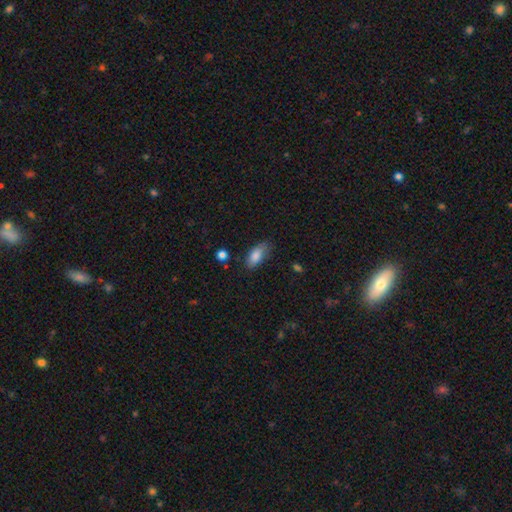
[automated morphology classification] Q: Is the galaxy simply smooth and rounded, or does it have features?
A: smooth — 84%.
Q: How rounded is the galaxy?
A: in between — 87%.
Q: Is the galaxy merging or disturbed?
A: none — 67%.